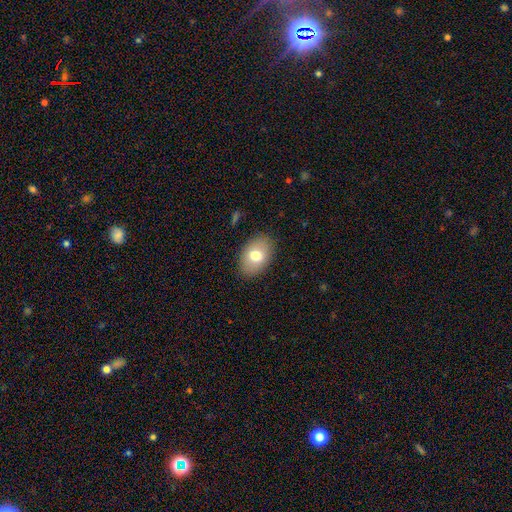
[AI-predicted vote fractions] Smooth or featured? smooth (73%)
How rounded? in between (85%)
Merging? none (86%)